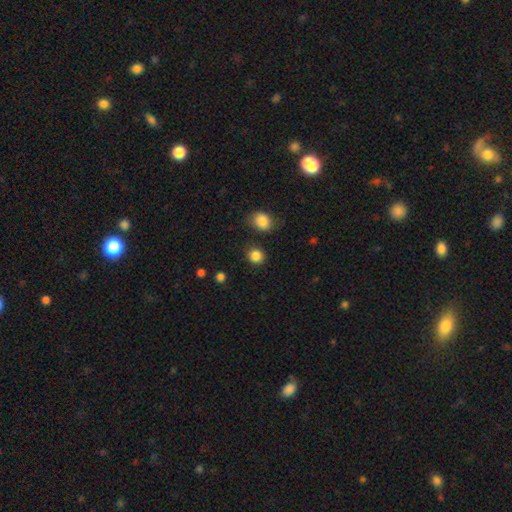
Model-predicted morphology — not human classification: smooth_or_featured: smooth (p=0.86) [alt: star or artifact p=0.11]
how_rounded: round (p=0.85) [alt: in between p=0.14]
merging: none (p=0.87) [alt: minor disturbance p=0.08]